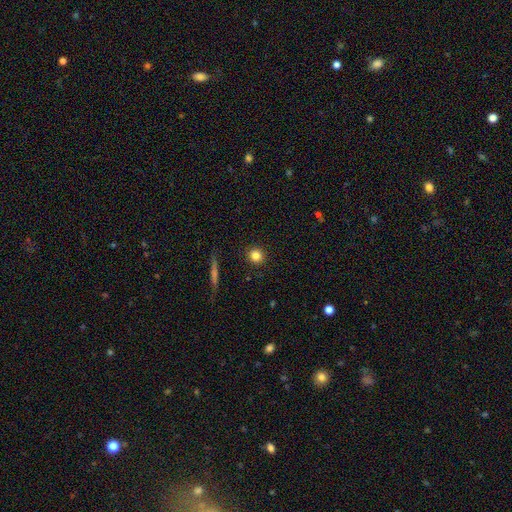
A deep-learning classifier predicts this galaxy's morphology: smooth-or-featured: smooth: 82% | star or artifact: 11% | featured or disk: 7%
  how-rounded: round: 92% | in between: 6% | cigar-shaped: 2%
  merging: none: 92% | minor disturbance: 5% | major disturbance: 2% | merger: 1%